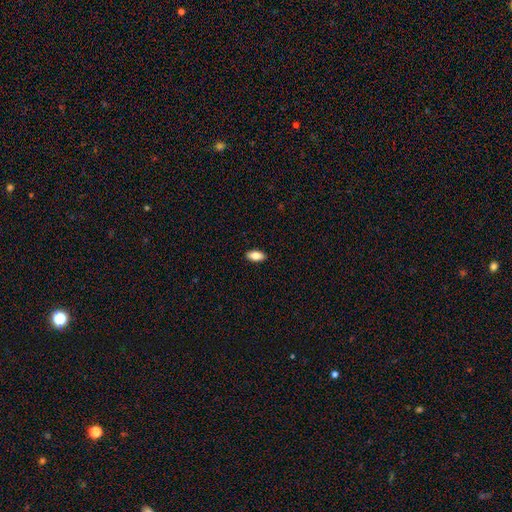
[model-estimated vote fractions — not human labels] Smooth or featured? Predicted: smooth (p=0.82). How rounded? Predicted: in between (p=0.88). Merging? Predicted: none (p=0.90).